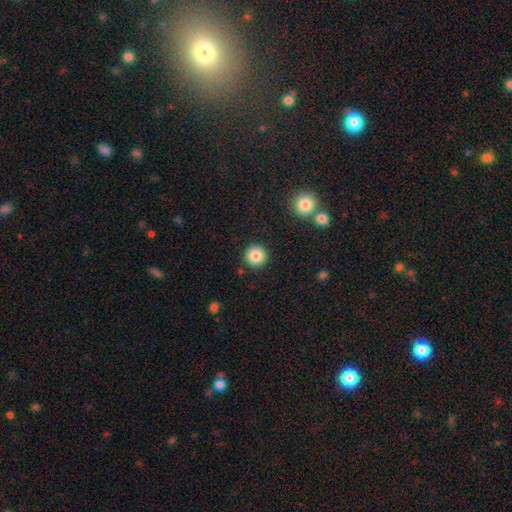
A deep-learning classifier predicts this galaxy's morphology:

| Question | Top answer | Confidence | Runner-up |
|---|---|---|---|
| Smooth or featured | smooth | 85% | star or artifact (9%) |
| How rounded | round | 96% | in between (4%) |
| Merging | none | 91% | minor disturbance (5%) |